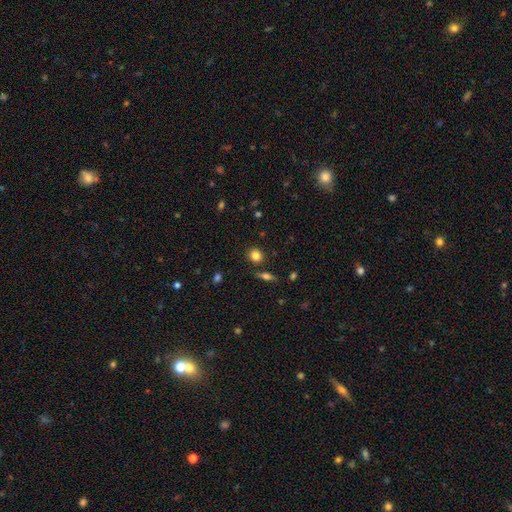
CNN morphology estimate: This appears to be a smooth galaxy with no disk features (82%) that is round (76%). Merging: none (83%).